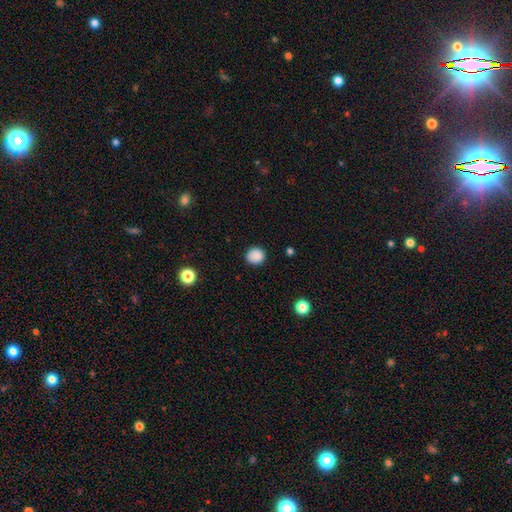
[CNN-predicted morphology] Smooth or featured? Predicted: smooth (p=0.87). How rounded? Predicted: round (p=0.85). Merging? Predicted: none (p=0.87).